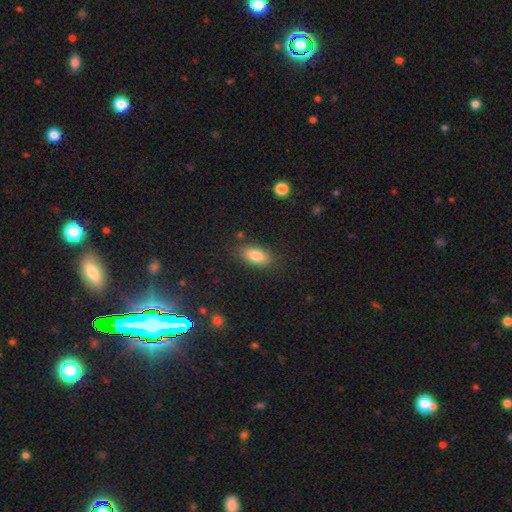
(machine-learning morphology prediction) smooth 82%, featured or disk 9%, star or artifact 8%. Down the decision tree: how rounded — in between (88%); merging — none (83%).